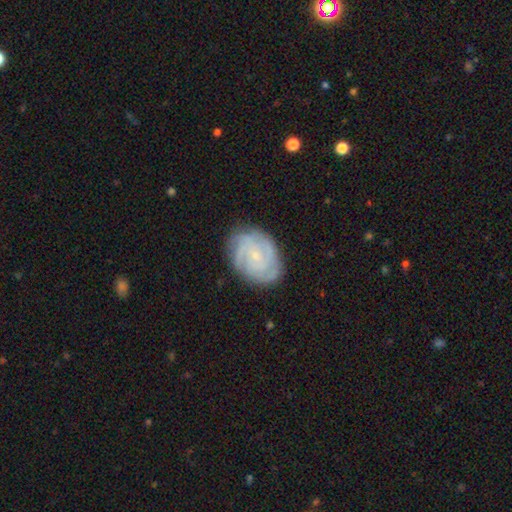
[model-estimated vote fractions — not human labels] smooth-or-featured: featured or disk: 79% | smooth: 15% | star or artifact: 6%
  disk-edge-on: no: 98% | yes: 2%
    bar: no: 69% | weak: 27% | strong: 4%
    has-spiral-arms: yes: 95% | no: 5%
      spiral-winding: tight: 69% | medium: 26% | loose: 6%
      spiral-arm-count: can't tell: 29% | 3: 24% | 4: 19% | 2: 15% | more than 4: 6% | 1: 6%
    bulge-size: small: 80% | moderate: 14% | none: 4% | large: 1% | dominant: 1%
  merging: none: 79% | minor disturbance: 16% | major disturbance: 4% | merger: 1%